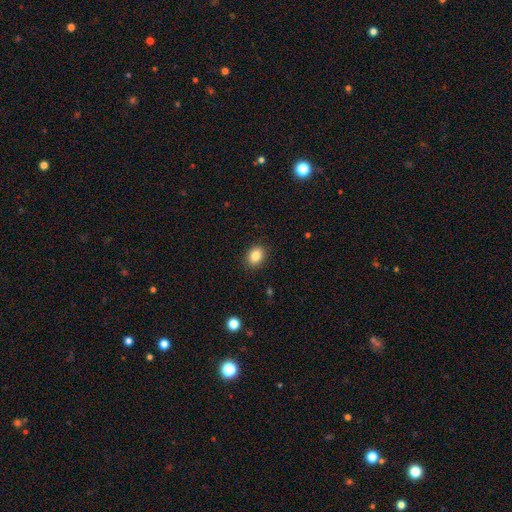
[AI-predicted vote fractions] A smooth galaxy with no disk features (85%) that is in between round and cigar-shaped (56%). Merging: none (89%).